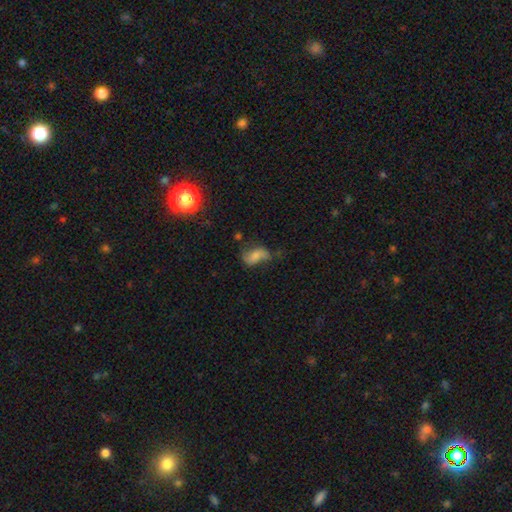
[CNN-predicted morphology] Smooth or featured?
  - smooth: 51% *
  - featured or disk: 38%
  - star or artifact: 11%
How rounded?
  - in between: 87% *
  - round: 8%
  - cigar-shaped: 5%
Merging?
  - none: 43% *
  - minor disturbance: 31%
  - major disturbance: 20%
  - merger: 6%